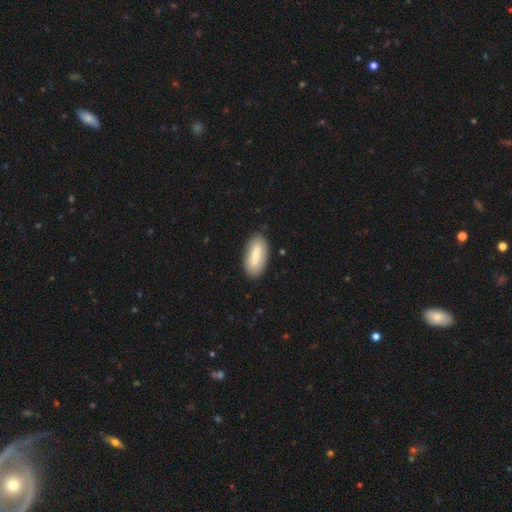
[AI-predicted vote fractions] Q: Smooth or featured?
A: smooth (68%); runner-up: featured or disk (26%)
Q: How rounded?
A: in between (86%); runner-up: cigar-shaped (12%)
Q: Merging?
A: none (85%); runner-up: minor disturbance (11%)